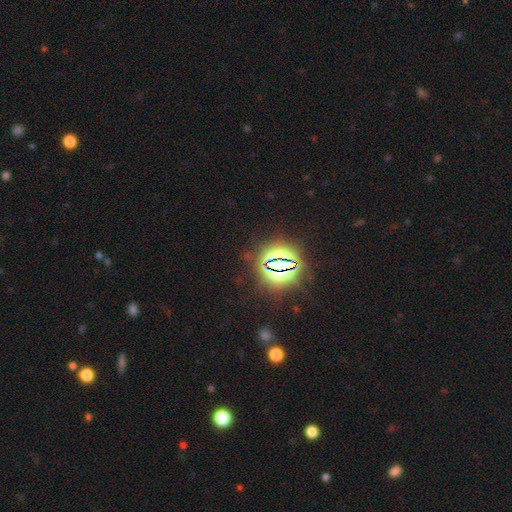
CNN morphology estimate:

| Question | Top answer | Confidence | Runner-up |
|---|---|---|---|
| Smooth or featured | star or artifact | 82% | smooth (10%) |